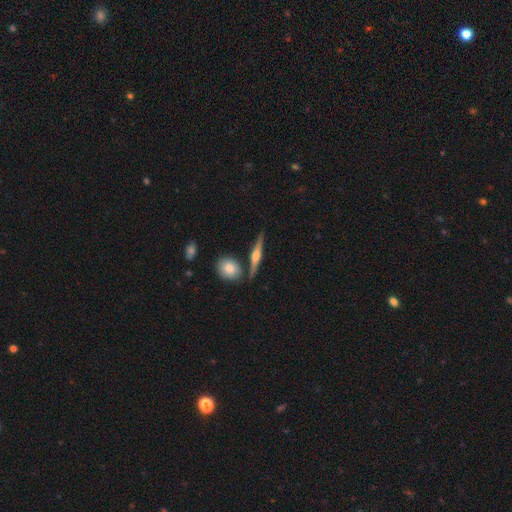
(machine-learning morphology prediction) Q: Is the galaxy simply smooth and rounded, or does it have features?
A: featured or disk — 72%.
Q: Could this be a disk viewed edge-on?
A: yes — 97%.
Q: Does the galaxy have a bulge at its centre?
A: rounded — 89%.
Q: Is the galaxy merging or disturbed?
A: none — 82%.